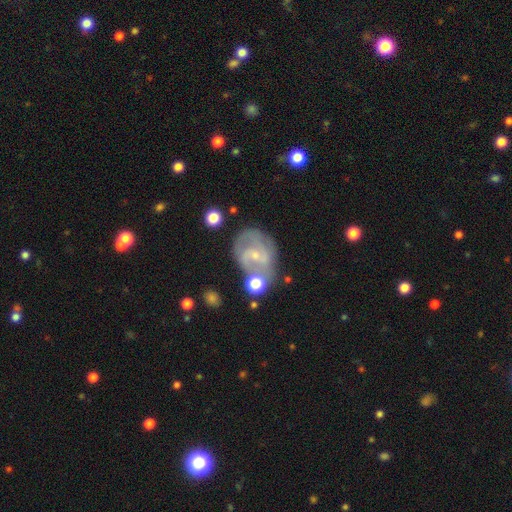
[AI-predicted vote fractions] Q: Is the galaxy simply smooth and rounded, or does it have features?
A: featured or disk — 77%.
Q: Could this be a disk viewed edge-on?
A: no — 97%.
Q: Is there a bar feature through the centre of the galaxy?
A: weak — 49%.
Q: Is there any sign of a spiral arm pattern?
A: yes — 87%.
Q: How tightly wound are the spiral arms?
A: medium — 48%.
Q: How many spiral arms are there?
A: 2 — 64%.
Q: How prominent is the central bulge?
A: small — 75%.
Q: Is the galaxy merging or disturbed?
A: none — 58%.